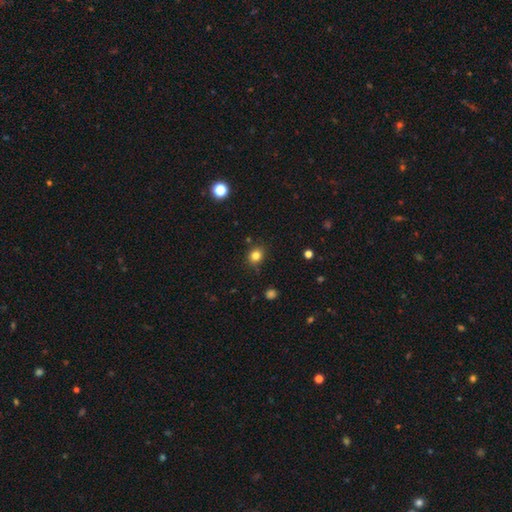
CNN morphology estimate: This is clearly a smooth galaxy (82%). How rounded: likely round (73%). Merging: clearly none (85%).